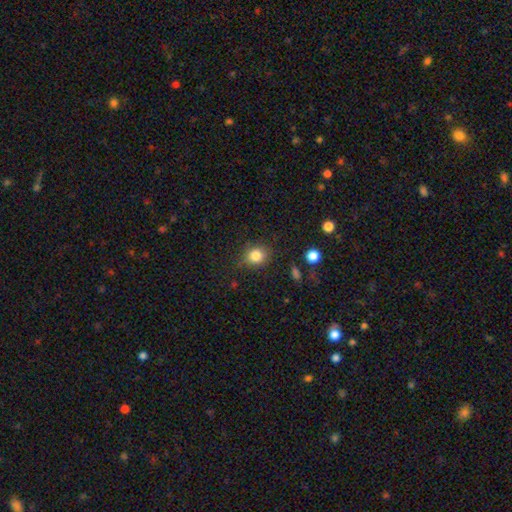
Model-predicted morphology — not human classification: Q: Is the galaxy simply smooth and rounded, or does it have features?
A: smooth — 83%.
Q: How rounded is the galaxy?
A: round — 71%.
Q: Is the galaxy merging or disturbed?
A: none — 80%.